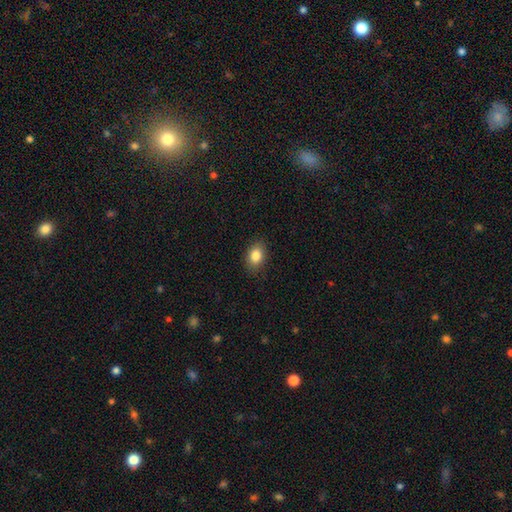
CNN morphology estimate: Smooth or featured? Predicted: smooth (p=0.84). How rounded? Predicted: in between (p=0.77). Merging? Predicted: none (p=0.86).